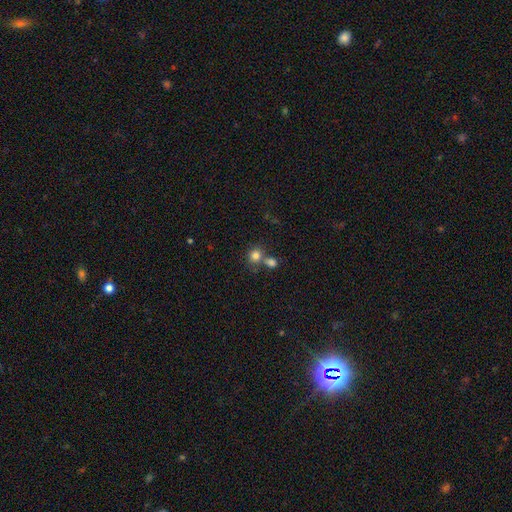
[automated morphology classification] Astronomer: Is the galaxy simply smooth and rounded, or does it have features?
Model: smooth — 80%.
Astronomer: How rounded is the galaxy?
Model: round — 79%.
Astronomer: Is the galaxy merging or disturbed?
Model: none — 52% (runner-up: merger, 36%).